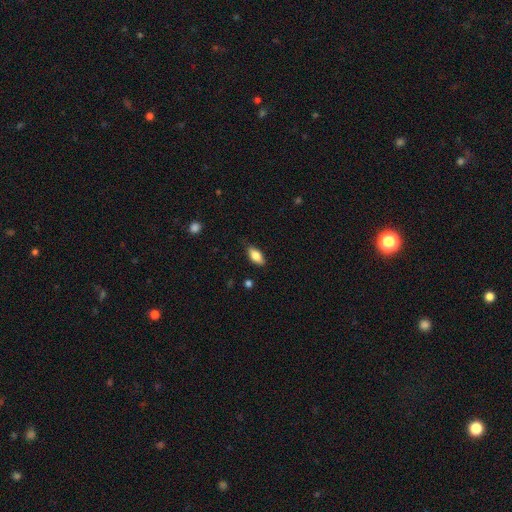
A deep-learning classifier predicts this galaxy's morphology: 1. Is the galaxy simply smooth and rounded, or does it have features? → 78% smooth, 15% featured or disk, 7% star or artifact.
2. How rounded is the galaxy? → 86% in between, 11% cigar-shaped, 3% round.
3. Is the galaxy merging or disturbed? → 81% none, 15% minor disturbance, 3% major disturbance, 1% merger.